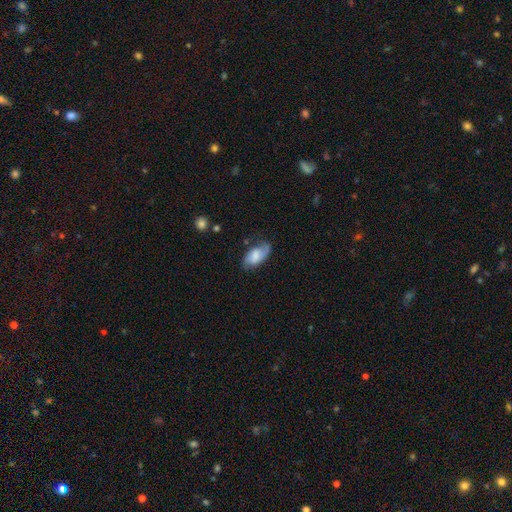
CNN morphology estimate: Smooth or featured? smooth (52%)
How rounded? in between (92%)
Merging? none (60%)